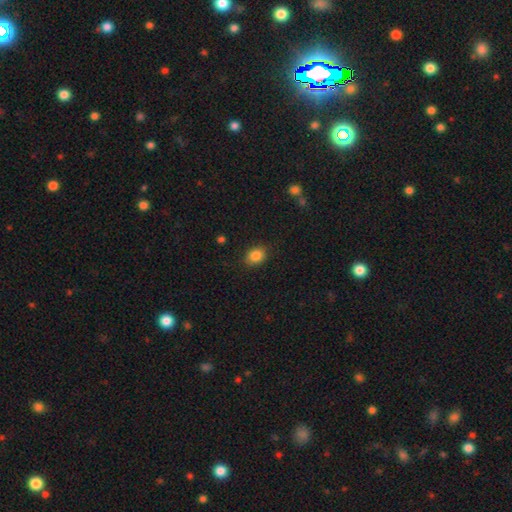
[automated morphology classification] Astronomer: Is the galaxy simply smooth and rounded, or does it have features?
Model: smooth — 85%.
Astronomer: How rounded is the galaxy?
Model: in between — 60% (runner-up: round, 39%).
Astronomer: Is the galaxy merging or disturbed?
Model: none — 85%.